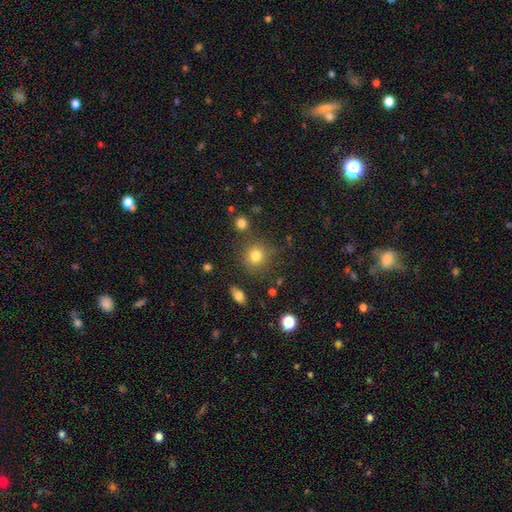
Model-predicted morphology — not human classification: smooth 80%, star or artifact 13%, featured or disk 7%. Down the decision tree: how rounded — round (89%); merging — none (82%).